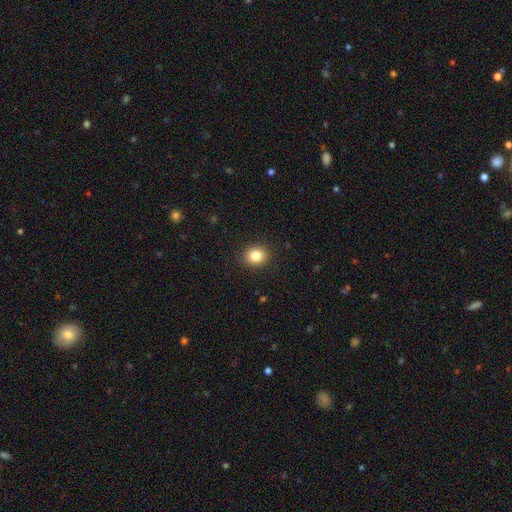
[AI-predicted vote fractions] A smooth galaxy with no disk features (83%) that is round (73%).

Vote fractions:
- Smooth or featured? smooth: 83% / star or artifact: 11% / featured or disk: 6%
- How rounded? round: 73% / in between: 26% / cigar-shaped: 1%
- Merging? none: 91% / minor disturbance: 6% / major disturbance: 2% / merger: 1%